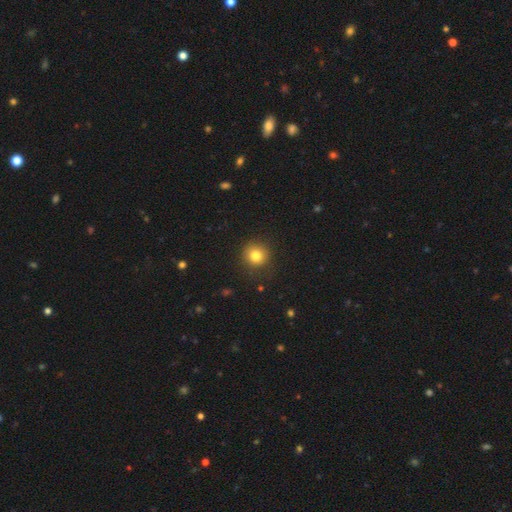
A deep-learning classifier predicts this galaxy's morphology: A smooth galaxy with no disk features (82%) that is round (92%). Merging: none (89%).